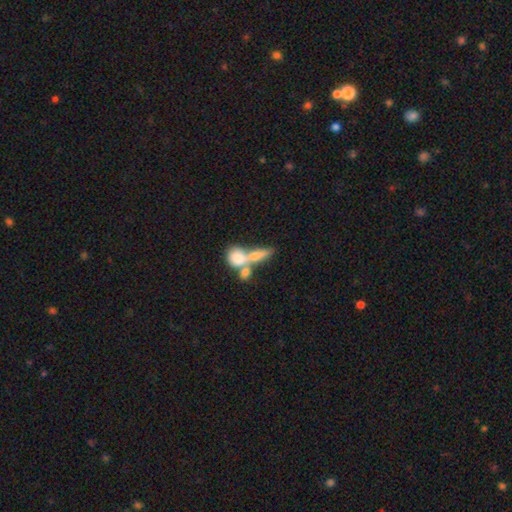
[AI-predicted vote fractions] smooth-or-featured: smooth: 70% | featured or disk: 22% | star or artifact: 8%
  how-rounded: in between: 48% | cigar-shaped: 27% | round: 25%
  merging: merger: 61% | none: 25% | minor disturbance: 8% | major disturbance: 6%